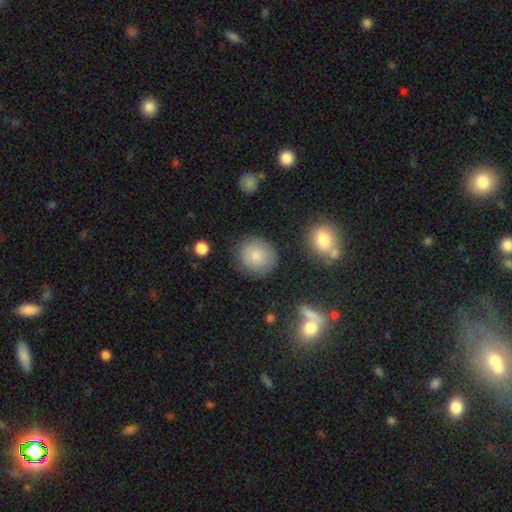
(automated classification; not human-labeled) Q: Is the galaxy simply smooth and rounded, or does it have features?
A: smooth — 82%.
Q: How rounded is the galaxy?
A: round — 83%.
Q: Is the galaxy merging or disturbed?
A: none — 84%.